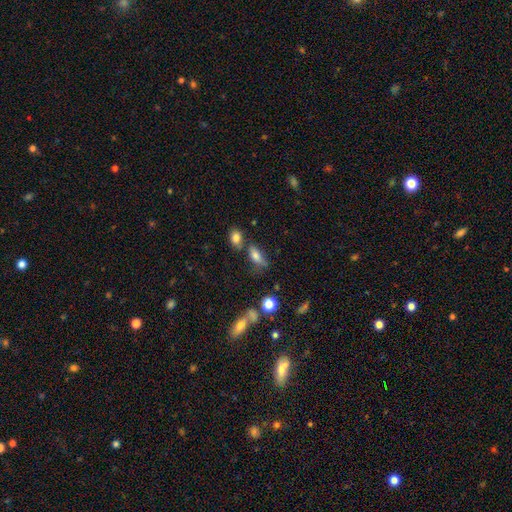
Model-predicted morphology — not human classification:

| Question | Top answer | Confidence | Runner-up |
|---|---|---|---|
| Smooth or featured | smooth | 72% | featured or disk (16%) |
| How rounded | in between | 73% | cigar-shaped (19%) |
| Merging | none | 50% | minor disturbance (23%) |